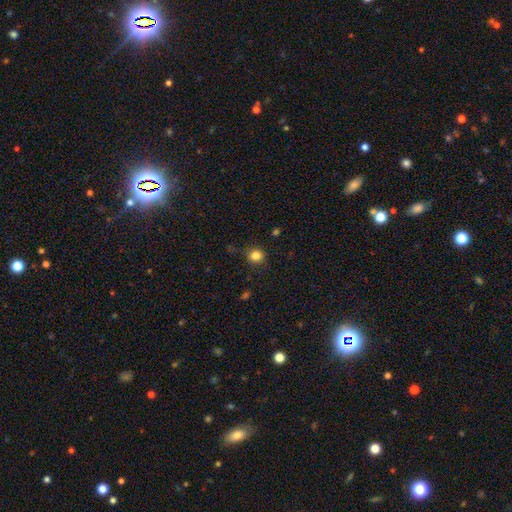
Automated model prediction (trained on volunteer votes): This is clearly a smooth galaxy (83%). How rounded: clearly round (88%). Merging: clearly none (84%).